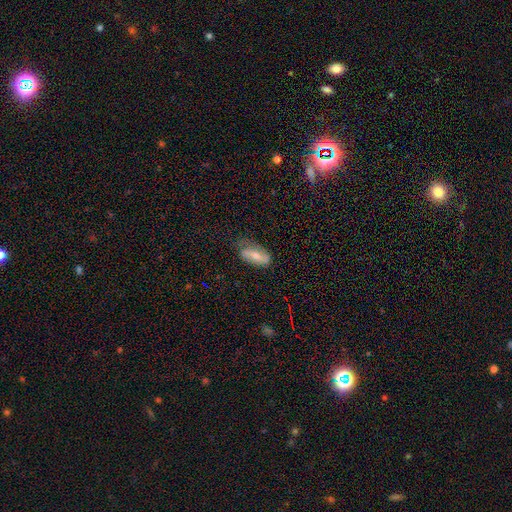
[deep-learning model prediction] This is possibly a smooth galaxy (48%). Merging: possibly none (57%).